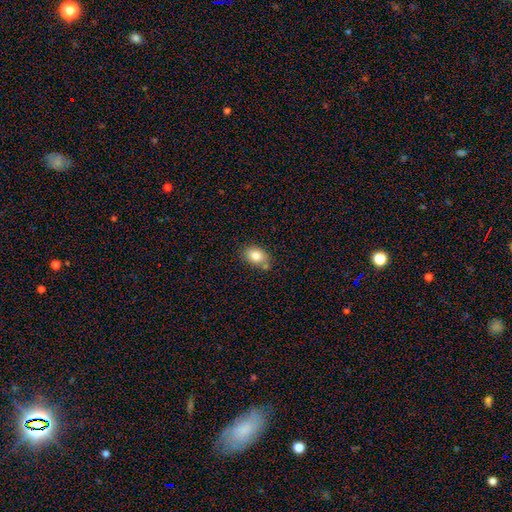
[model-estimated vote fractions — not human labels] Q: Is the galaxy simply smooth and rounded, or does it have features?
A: smooth — 81%.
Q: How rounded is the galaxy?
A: in between — 79%.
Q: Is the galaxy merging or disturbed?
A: none — 65%.